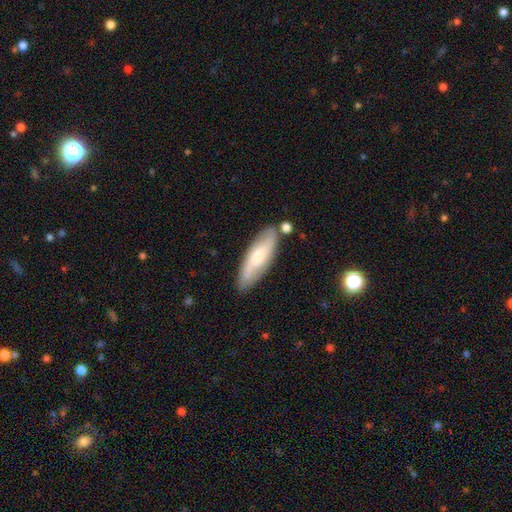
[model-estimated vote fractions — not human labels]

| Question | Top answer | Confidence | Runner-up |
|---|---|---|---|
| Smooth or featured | smooth | 48% | featured or disk (42%) |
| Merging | none | 78% | minor disturbance (15%) |